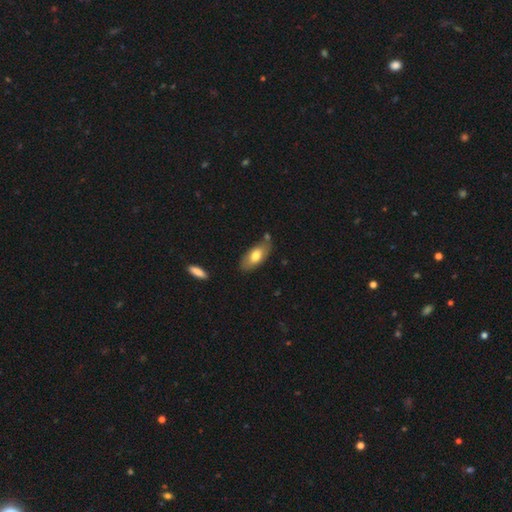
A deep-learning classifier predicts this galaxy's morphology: This is likely a smooth galaxy (72%). How rounded: clearly in between (88%). Merging: likely none (71%).